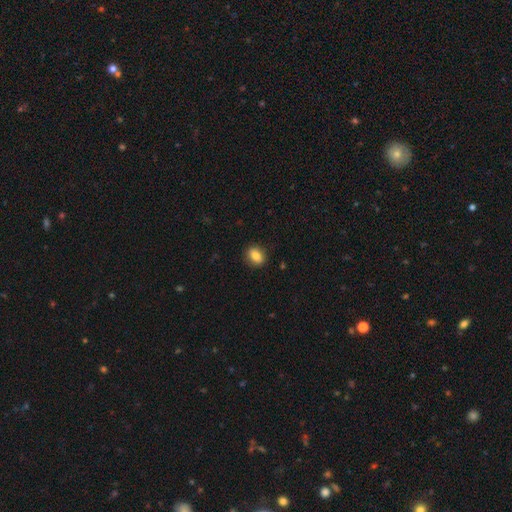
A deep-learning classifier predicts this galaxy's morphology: A smooth galaxy with no disk features (84%) that is in between round and cigar-shaped (72%). Merging: none (87%).